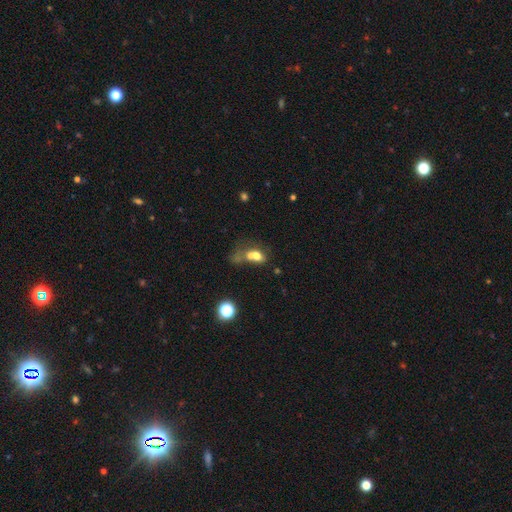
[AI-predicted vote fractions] Smooth or featured? Predicted: smooth (p=0.66). How rounded? Predicted: in between (p=0.59). Merging? Predicted: merger (p=0.57).